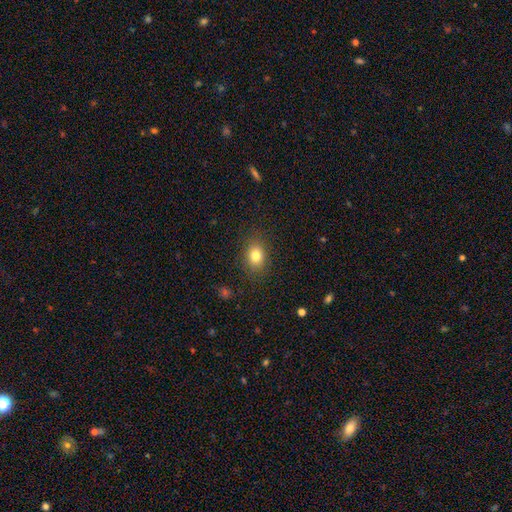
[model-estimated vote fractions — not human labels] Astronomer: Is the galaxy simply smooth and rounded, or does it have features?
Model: smooth — 80%.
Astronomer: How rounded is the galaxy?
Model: in between — 62% (runner-up: round, 37%).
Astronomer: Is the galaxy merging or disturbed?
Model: none — 86%.